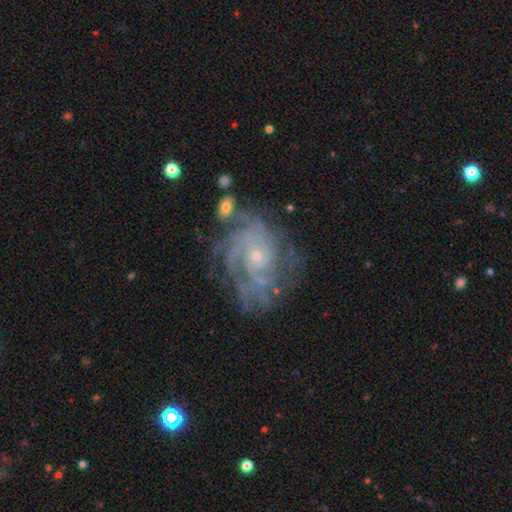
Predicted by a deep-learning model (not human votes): featured or disk 86%, star or artifact 8%, smooth 6%. Down the decision tree: edge-on disk — no (97%); bar — no (77%); spiral arms — yes (95%); spiral arm count — can't tell (27%, tied with 4); spiral winding — tight (65%); bulge size — small (81%); merging — none (63%).